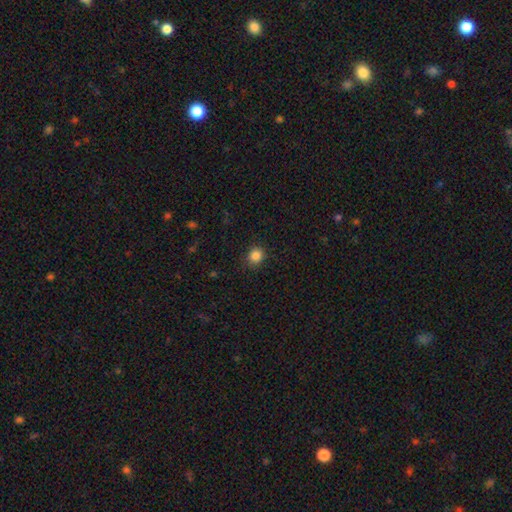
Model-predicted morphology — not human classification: smooth-or-featured: smooth: 85% | star or artifact: 11% | featured or disk: 3%
  how-rounded: round: 86% | in between: 14% | cigar-shaped: 1%
  merging: none: 87% | minor disturbance: 9% | major disturbance: 3% | merger: 1%